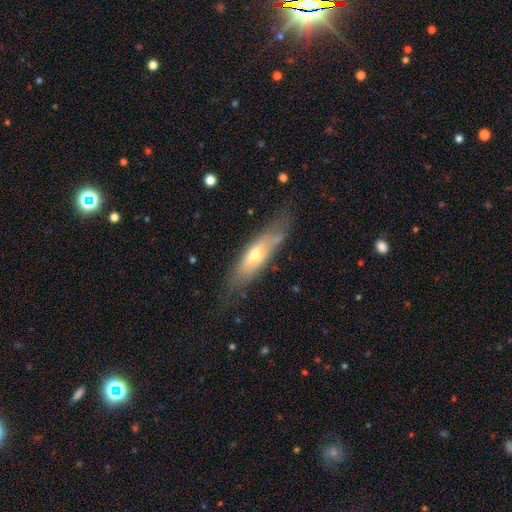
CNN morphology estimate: Smooth or featured? Predicted: featured or disk (p=0.47). Merging? Predicted: none (p=0.63).